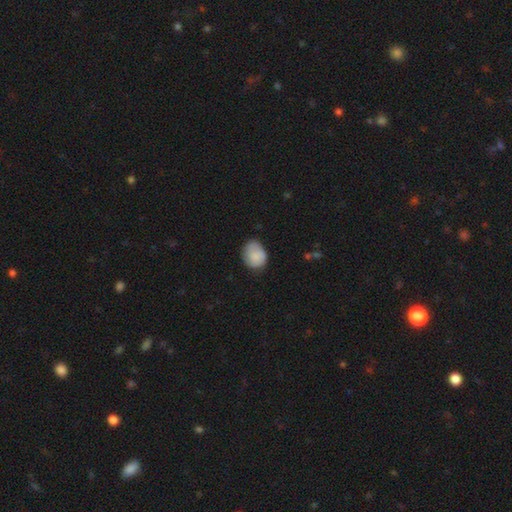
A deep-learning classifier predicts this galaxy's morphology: Overall: smooth (80%). How rounded: round (50%; in between 49%). Merging: none (63%; minor disturbance 29%).